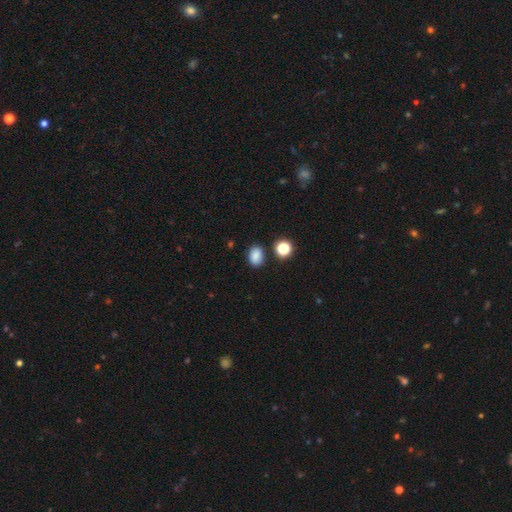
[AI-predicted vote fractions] smooth_or_featured: smooth (p=0.85) [alt: star or artifact p=0.11]
how_rounded: in between (p=0.72) [alt: round p=0.27]
merging: none (p=0.82) [alt: minor disturbance p=0.11]